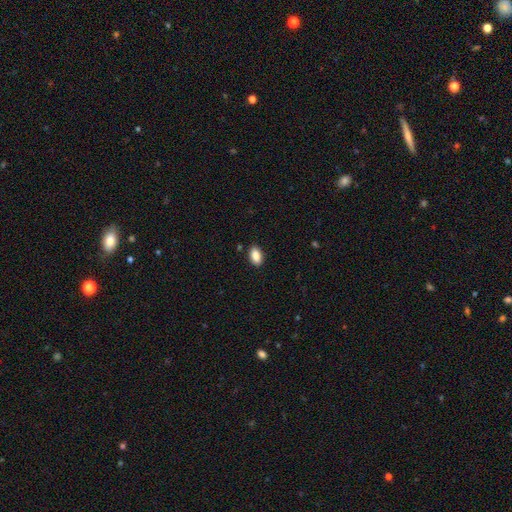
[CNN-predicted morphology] Smooth or featured? smooth (89%)
How rounded? in between (92%)
Merging? none (89%)